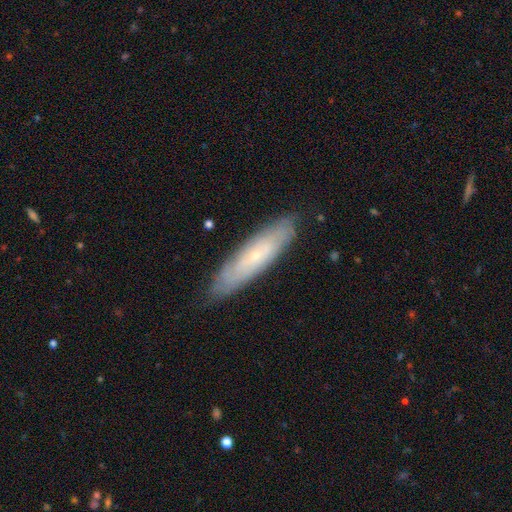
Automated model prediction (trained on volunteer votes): featured or disk 54%, smooth 39%, star or artifact 7%. Down the decision tree: edge-on disk — no (59%); merging — none (84%).